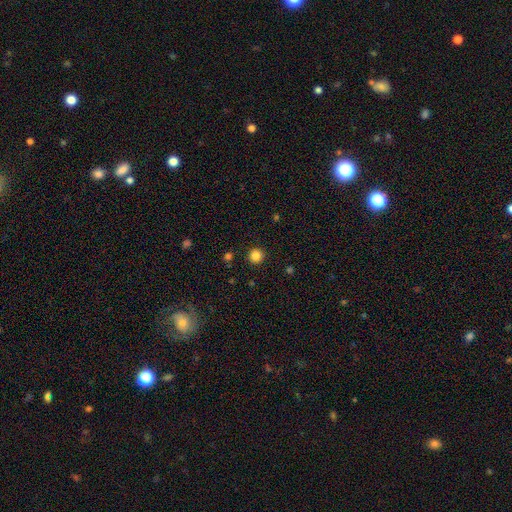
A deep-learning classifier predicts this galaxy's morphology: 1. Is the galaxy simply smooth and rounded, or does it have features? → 85% smooth, 12% star or artifact, 4% featured or disk.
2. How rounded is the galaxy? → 95% round, 4% in between, 1% cigar-shaped.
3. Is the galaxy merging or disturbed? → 92% none, 5% minor disturbance, 2% major disturbance, 1% merger.